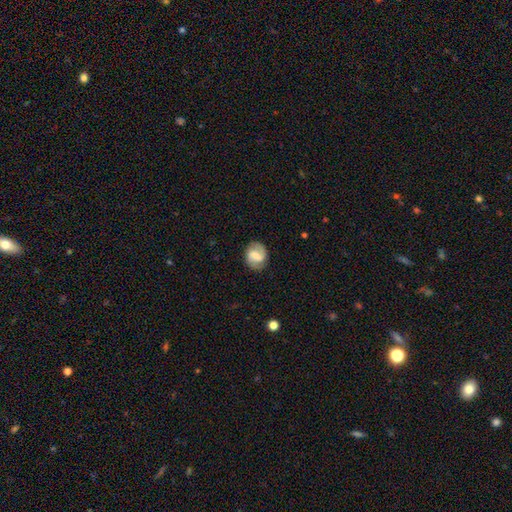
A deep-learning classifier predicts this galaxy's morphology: Smooth or featured?
  - featured or disk: 59% *
  - smooth: 34%
  - star or artifact: 7%
Edge-on disk?
  - no: 97% *
  - yes: 3%
Bar?
  - weak: 50% *
  - strong: 30%
  - no: 20%
Spiral arms?
  - yes: 88% *
  - no: 12%
Spiral winding?
  - medium: 46% *
  - tight: 31%
  - loose: 24%
Spiral arm count?
  - 2: 86% *
  - can't tell: 7%
  - 1: 4%
  - 3: 1%
  - 4: 1%
  - more than 4: 1%
Bulge size?
  - moderate: 38% *
  - small: 34%
  - none: 15%
  - large: 11%
  - dominant: 2%
Merging?
  - none: 82% *
  - minor disturbance: 12%
  - major disturbance: 4%
  - merger: 1%